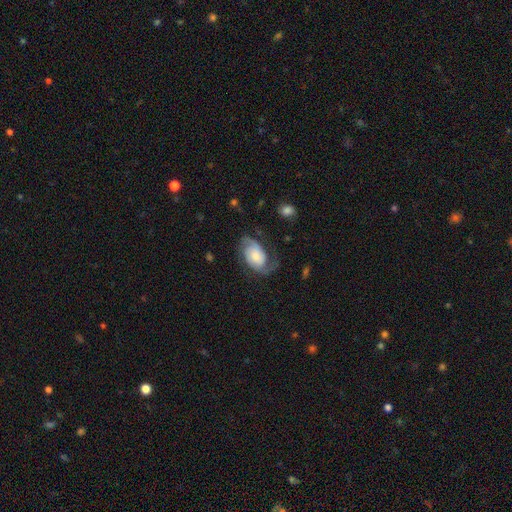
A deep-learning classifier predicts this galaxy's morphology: Smooth or featured?
  - featured or disk: 71% *
  - smooth: 22%
  - star or artifact: 7%
Edge-on disk?
  - no: 97% *
  - yes: 3%
Bar?
  - no: 66% *
  - weak: 27%
  - strong: 6%
Spiral arms?
  - yes: 93% *
  - no: 7%
Spiral winding?
  - medium: 44% *
  - loose: 29%
  - tight: 27%
Spiral arm count?
  - 2: 78% *
  - 1: 9%
  - can't tell: 8%
  - 3: 3%
  - 4: 1%
  - more than 4: 1%
Bulge size?
  - small: 33% *
  - moderate: 32%
  - large: 20%
  - none: 10%
  - dominant: 5%
Merging?
  - none: 53% *
  - minor disturbance: 24%
  - major disturbance: 22%
  - merger: 2%